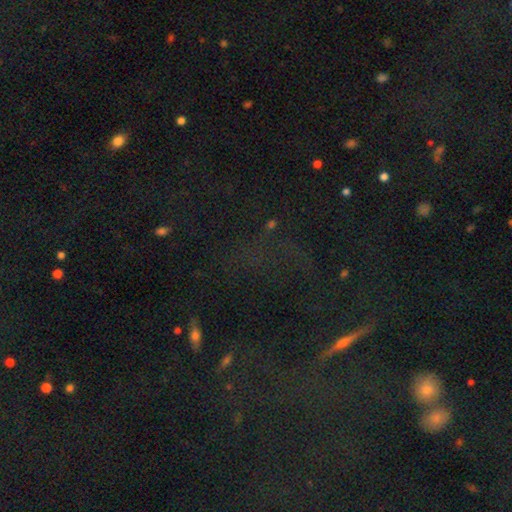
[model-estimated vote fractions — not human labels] The model was most divided on "smooth or featured": star or artifact: 69%, smooth: 17%, featured or disk: 14%.